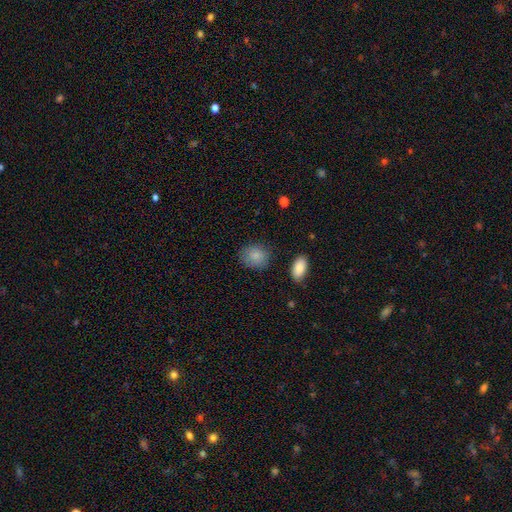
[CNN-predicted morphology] Smooth or featured? Predicted: smooth (p=0.87). How rounded? Predicted: round (p=0.60). Merging? Predicted: none (p=0.80).